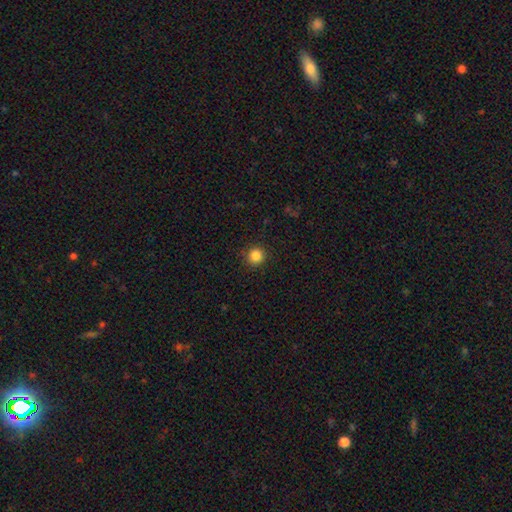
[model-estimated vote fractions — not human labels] Smooth or featured? Predicted: smooth (p=0.85). How rounded? Predicted: round (p=0.94). Merging? Predicted: none (p=0.90).